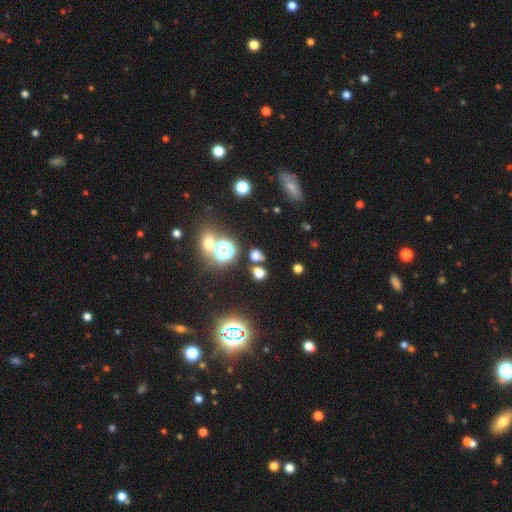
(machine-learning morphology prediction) Smooth or featured? Predicted: smooth (p=0.56). How rounded? Predicted: round (p=0.64). Merging? Predicted: none (p=0.70).